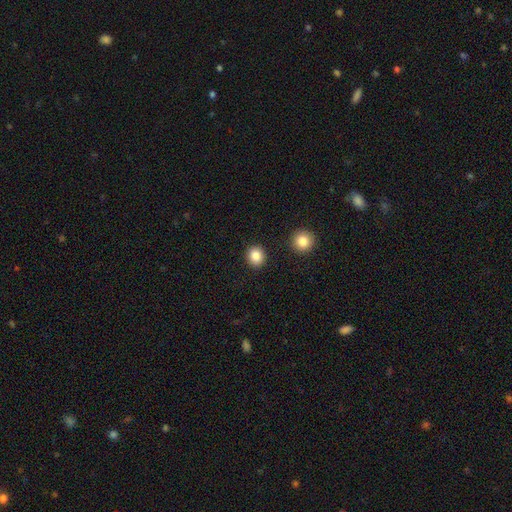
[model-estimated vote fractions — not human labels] Overall: smooth (86%). How rounded: round (82%). Merging: none (90%).